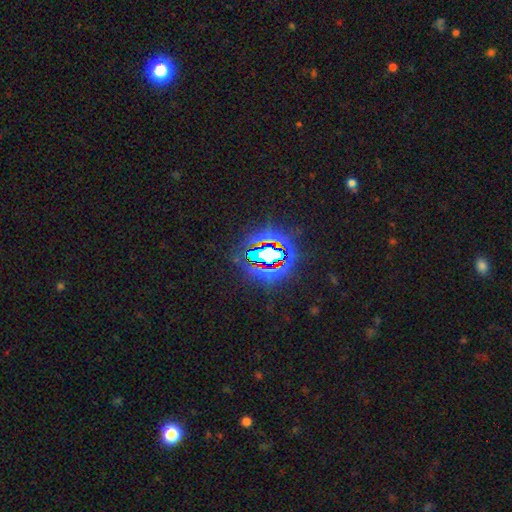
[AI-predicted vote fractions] smooth_or_featured: star or artifact (p=0.82) [alt: smooth p=0.10]